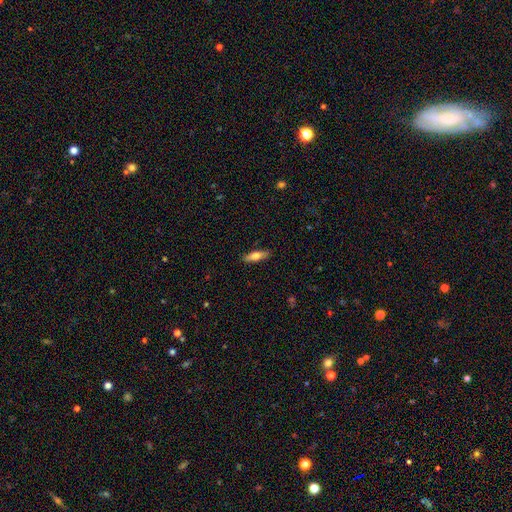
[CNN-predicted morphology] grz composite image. It shows a smooth galaxy with no disk features (67%) that is cigar-shaped (53%). Merging: none (89%).